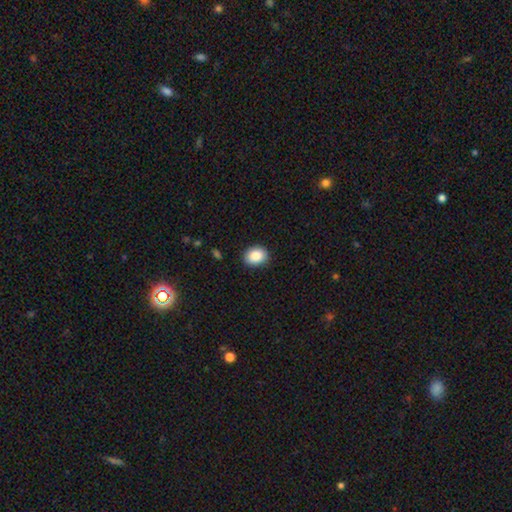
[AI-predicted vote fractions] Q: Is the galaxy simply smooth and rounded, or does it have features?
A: smooth — 87%.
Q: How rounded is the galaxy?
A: in between — 54%.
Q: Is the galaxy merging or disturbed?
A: none — 88%.